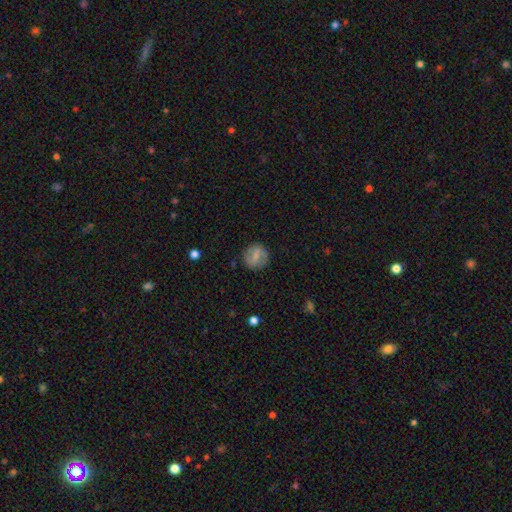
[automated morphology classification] This is possibly a smooth galaxy (49%). Merging: clearly none (83%).